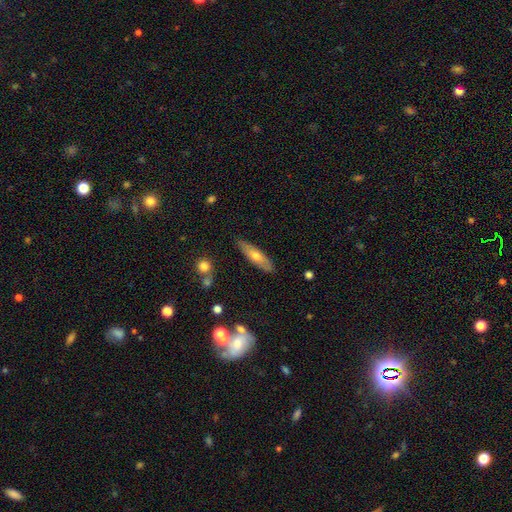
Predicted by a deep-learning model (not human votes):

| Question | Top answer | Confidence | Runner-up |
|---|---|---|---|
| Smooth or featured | smooth | 52% | featured or disk (41%) |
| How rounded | cigar-shaped | 67% | in between (30%) |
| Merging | none | 83% | minor disturbance (12%) |